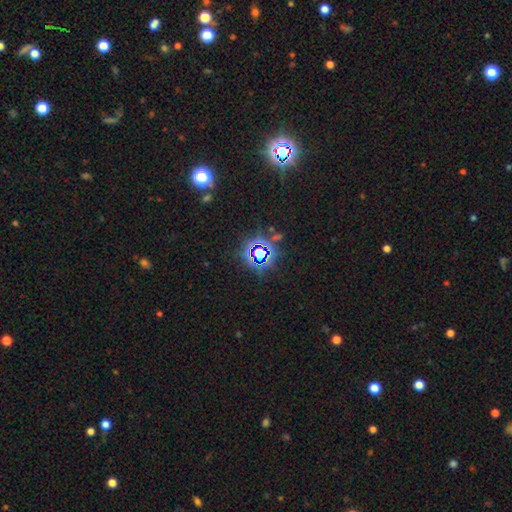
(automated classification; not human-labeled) A star or artifact, not a galaxy (78%).